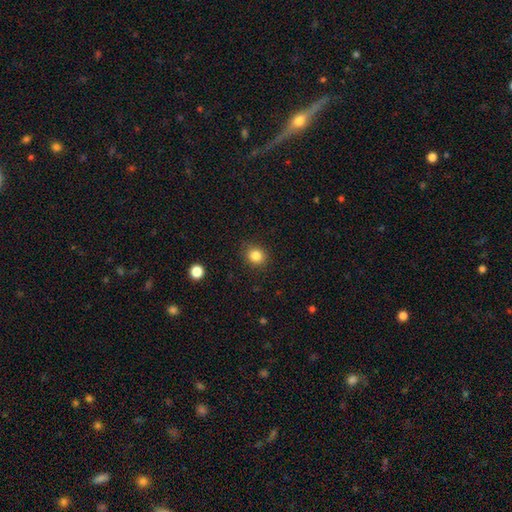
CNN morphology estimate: Smooth or featured? smooth (84%)
How rounded? round (76%)
Merging? none (88%)